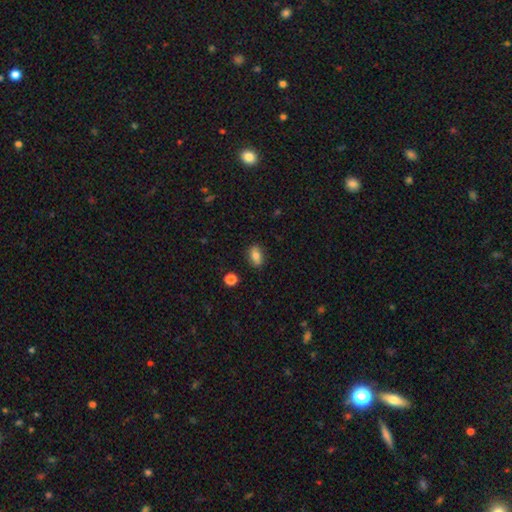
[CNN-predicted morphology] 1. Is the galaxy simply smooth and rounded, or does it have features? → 80% smooth, 11% featured or disk, 9% star or artifact.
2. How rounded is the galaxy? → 84% in between, 10% round, 6% cigar-shaped.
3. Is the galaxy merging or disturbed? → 86% none, 10% minor disturbance, 2% major disturbance, 2% merger.